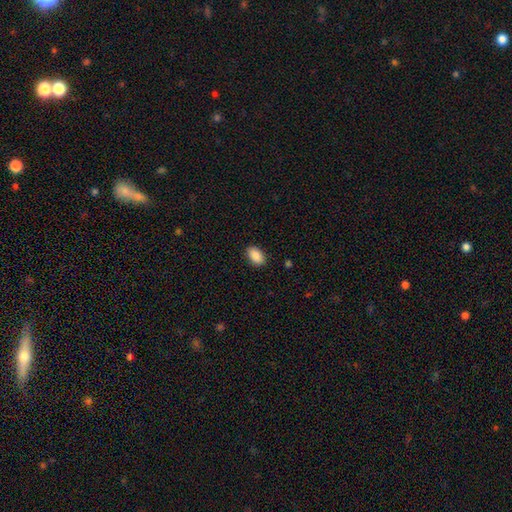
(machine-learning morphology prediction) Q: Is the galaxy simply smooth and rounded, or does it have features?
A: smooth — 89%.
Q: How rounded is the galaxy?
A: in between — 92%.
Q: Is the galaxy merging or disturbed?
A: none — 88%.